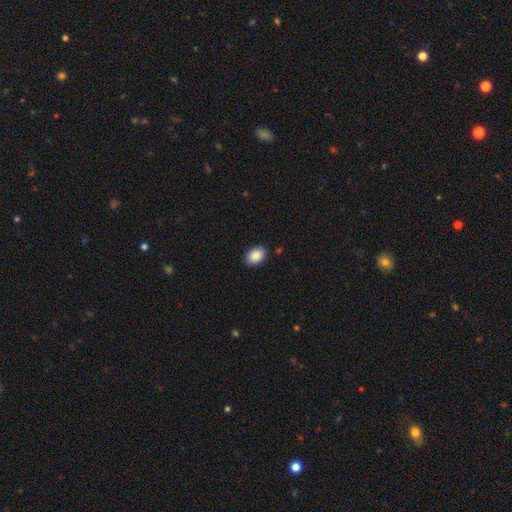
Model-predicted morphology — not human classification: Smooth or featured? Predicted: smooth (p=0.89). How rounded? Predicted: in between (p=0.80). Merging? Predicted: none (p=0.88).